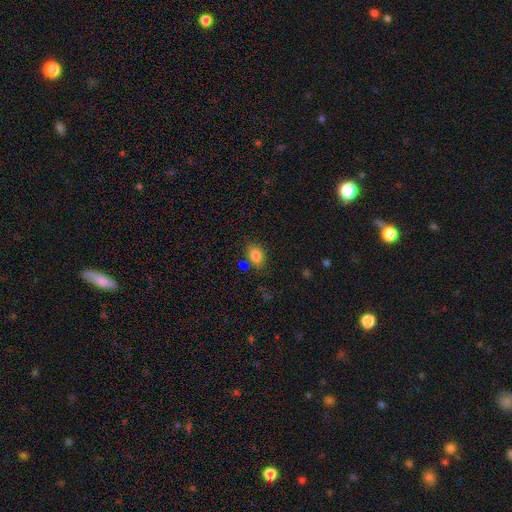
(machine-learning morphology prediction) type=smooth (82%); roundness=in between (71%); merging=none (69%).